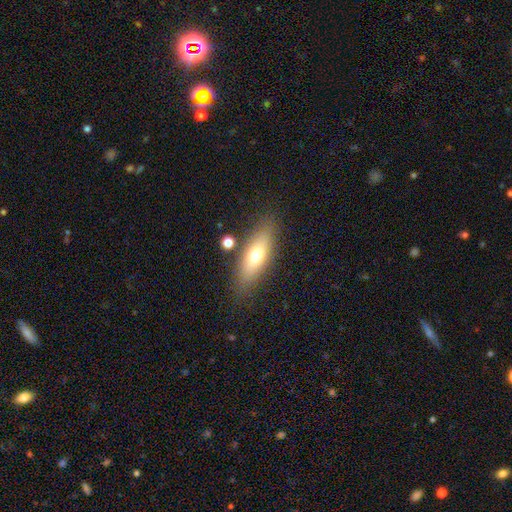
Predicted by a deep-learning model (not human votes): This is likely a smooth galaxy (66%). How rounded: possibly in between (57%). Merging: clearly none (80%).